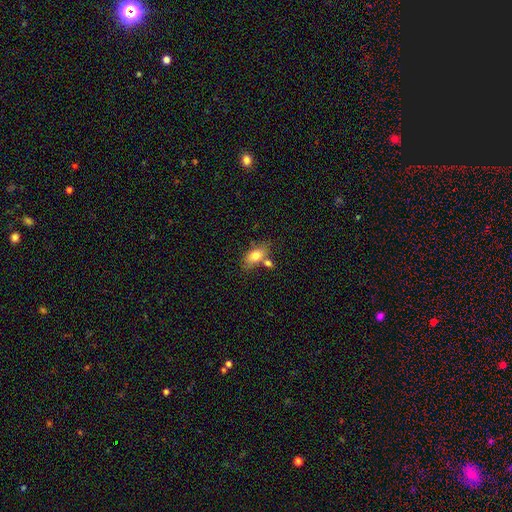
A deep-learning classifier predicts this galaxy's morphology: A smooth galaxy with no disk features (78%) that is in between round and cigar-shaped (84%).

Vote fractions:
- Smooth or featured? smooth: 78% / featured or disk: 14% / star or artifact: 8%
- How rounded? in between: 84% / round: 10% / cigar-shaped: 5%
- Merging? none: 56% / merger: 23% / minor disturbance: 16% / major disturbance: 5%